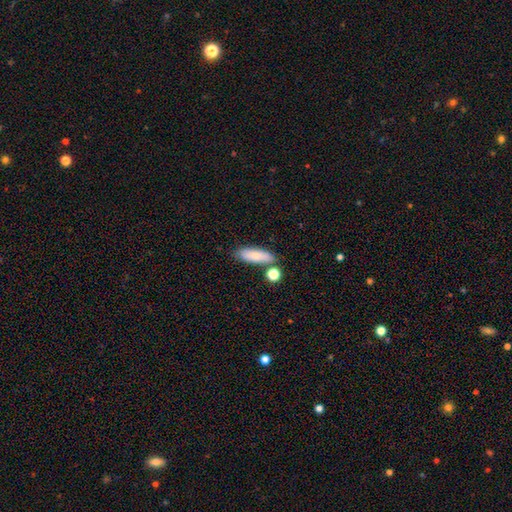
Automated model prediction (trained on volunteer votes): This appears to be a smooth galaxy with no disk features (81%) that is in between round and cigar-shaped (52%). Merging: none (73%).